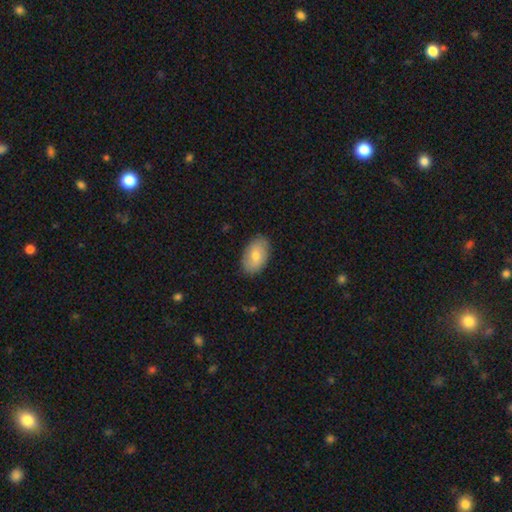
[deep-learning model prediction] This appears to be a smooth galaxy with no disk features (74%) that is in between round and cigar-shaped (92%). Merging: none (86%).